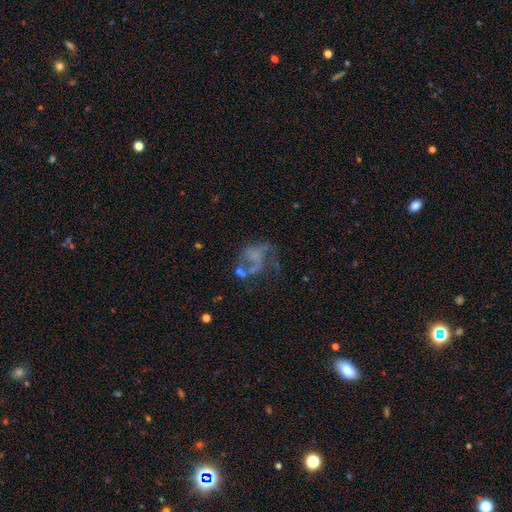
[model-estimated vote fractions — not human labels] A featured or disk galaxy (56%) with no bar (85%), no spiral arms (68%) and no central bulge (71%). Merging: major disturbance (40%).